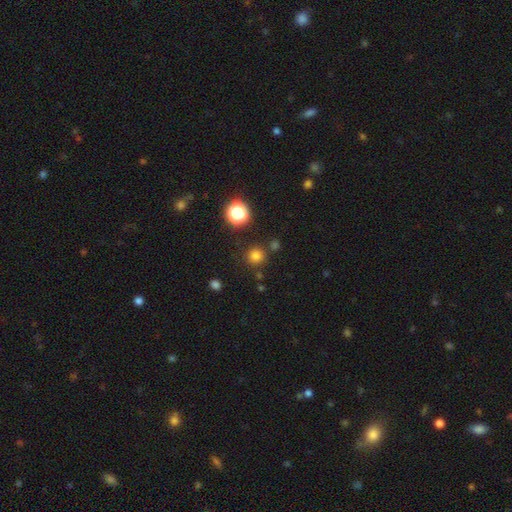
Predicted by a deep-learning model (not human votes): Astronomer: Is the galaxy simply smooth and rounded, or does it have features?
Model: smooth — 77%.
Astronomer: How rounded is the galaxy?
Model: round — 93%.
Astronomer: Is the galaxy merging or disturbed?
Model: none — 85%.